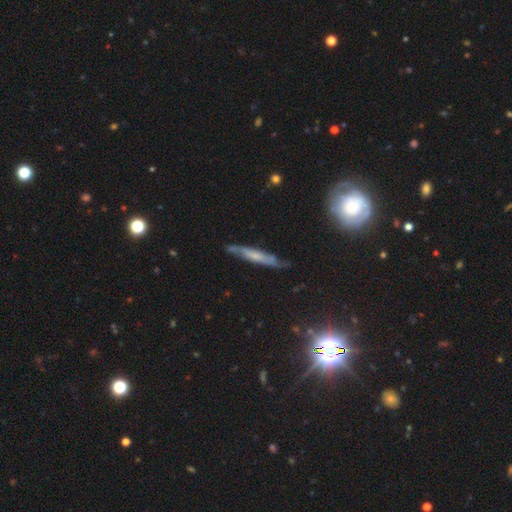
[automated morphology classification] This appears to be a featured or disk galaxy (57%) viewed edge-on (71%). Merging: none (71%).